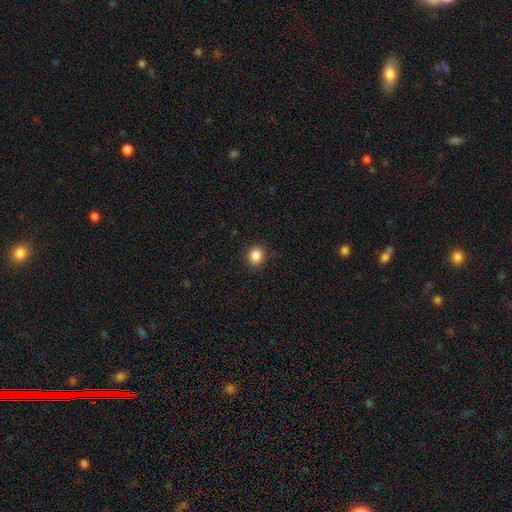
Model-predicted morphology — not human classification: This is clearly a smooth galaxy (86%). How rounded: clearly round (83%). Merging: clearly none (90%).